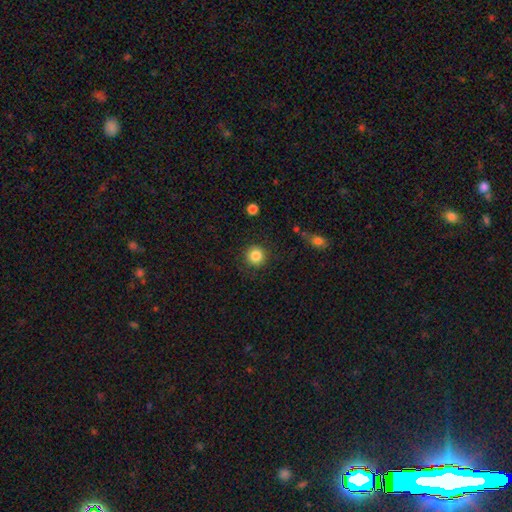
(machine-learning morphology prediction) smooth 85%, star or artifact 10%, featured or disk 5%. Down the decision tree: how rounded — round (95%); merging — none (88%).